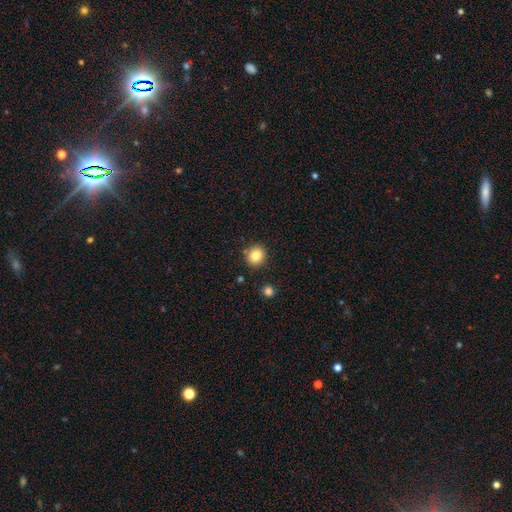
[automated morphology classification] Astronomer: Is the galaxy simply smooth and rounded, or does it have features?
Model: smooth — 83%.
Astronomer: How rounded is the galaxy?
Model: round — 87%.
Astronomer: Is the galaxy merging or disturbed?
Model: none — 87%.